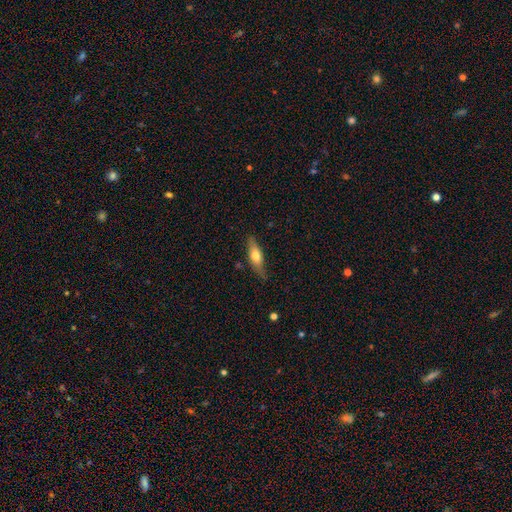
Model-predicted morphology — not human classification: This appears to be a smooth galaxy with no disk features (54%) that is cigar-shaped (51%). Merging: none (76%).